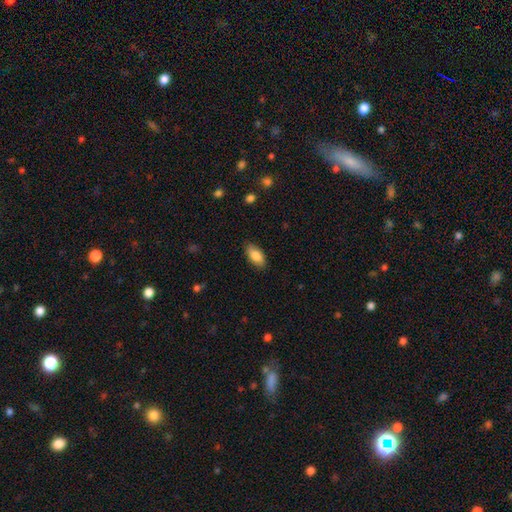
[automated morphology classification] Smooth or featured? smooth (85%)
How rounded? in between (90%)
Merging? none (86%)